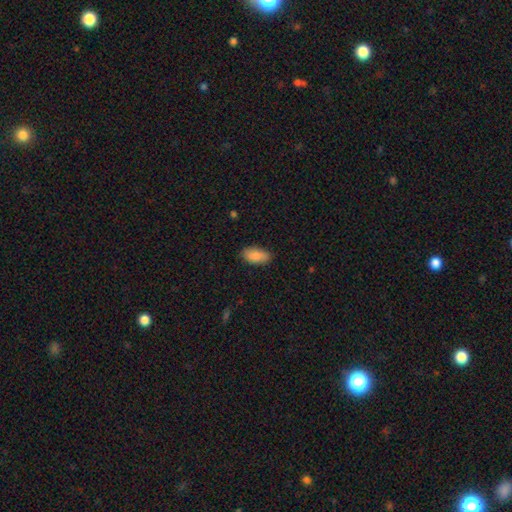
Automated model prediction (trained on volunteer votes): Overall: smooth (87%). How rounded: in between (92%). Merging: none (84%).